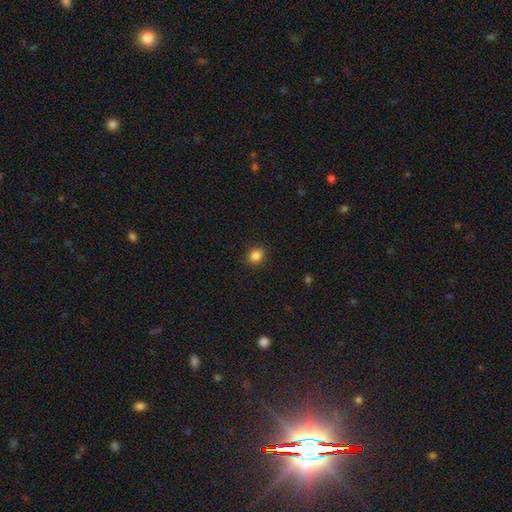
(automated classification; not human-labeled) This appears to be a smooth galaxy with no disk features (84%) that is round (77%). Merging: none (91%).